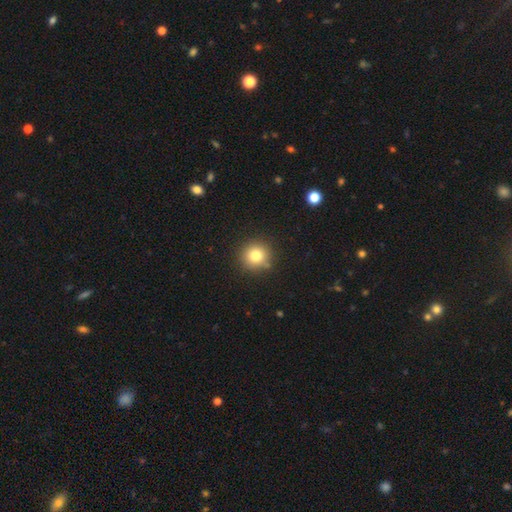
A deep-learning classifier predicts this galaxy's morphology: The model was most divided on "smooth or featured": smooth: 80%, star or artifact: 12%, featured or disk: 8%. More confident: how rounded — round (93%); merging — none (87%).